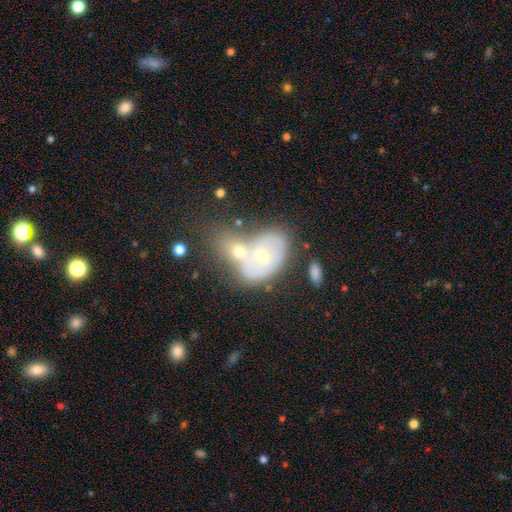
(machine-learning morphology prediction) This is possibly a featured or disk galaxy (58%). It is clearly not viewed edge-on (93%). Bar: clearly no (83%). Spiral arm pattern: possibly no (57%). Central bulge: possibly moderate (55%). Merging: possibly merger (54%).